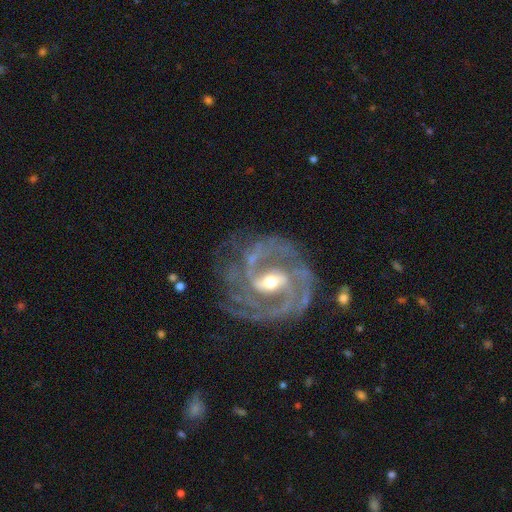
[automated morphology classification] A featured or disk galaxy (92%) with a weak bar (42%), 2 (40%) tight (57%) spiral arms (98%) and a moderate central bulge (58%).

Vote fractions:
- Smooth or featured? featured or disk: 92% / star or artifact: 5% / smooth: 3%
- Edge-on disk? no: 97% / yes: 3%
- Bar? weak: 42% / strong: 39% / no: 18%
- Spiral arms? yes: 98% / no: 2%
- Spiral winding? tight: 57% / medium: 38% / loose: 6%
- Spiral arm count? 2: 40% / 3: 28% / can't tell: 13% / 4: 9% / more than 4: 5% / 1: 5%
- Bulge size? moderate: 58% / small: 37% / large: 3% / none: 1% / dominant: 1%
- Merging? none: 69% / minor disturbance: 19% / major disturbance: 9% / merger: 3%